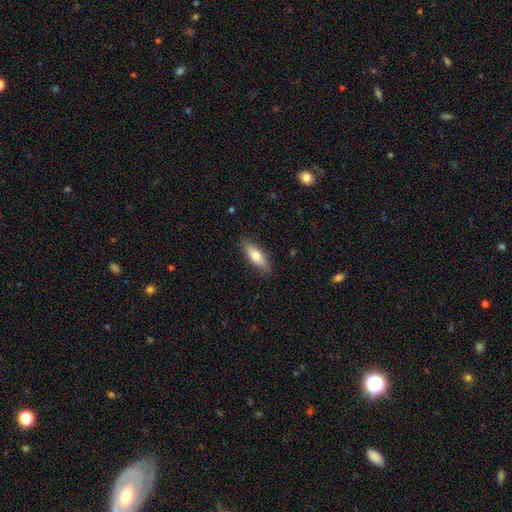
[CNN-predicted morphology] A smooth galaxy with no disk features (69%) that is in between round and cigar-shaped (58%).

Vote fractions:
- Smooth or featured? smooth: 69% / featured or disk: 25% / star or artifact: 6%
- How rounded? in between: 58% / cigar-shaped: 39% / round: 2%
- Merging? none: 86% / minor disturbance: 11% / major disturbance: 2% / merger: 1%